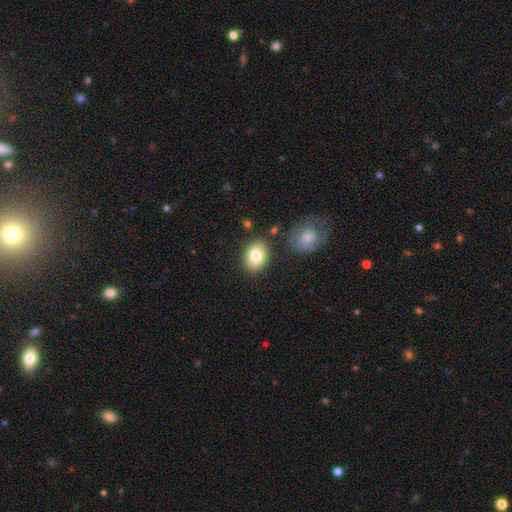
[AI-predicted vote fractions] The model was most divided on "how rounded": in between: 64%, round: 35%, cigar-shaped: 1%. More confident: merging — none (82%); smooth or featured — smooth (80%).